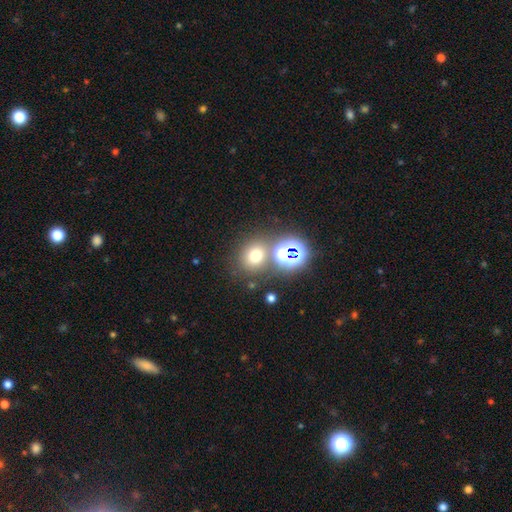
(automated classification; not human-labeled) Overall: smooth (64%; star or artifact 26%). How rounded: round (75%). Merging: none (67%).